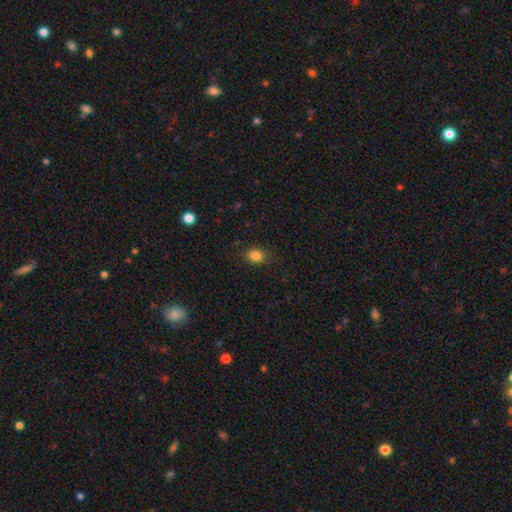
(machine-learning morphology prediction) This appears to be a smooth galaxy with no disk features (85%) that is round (60%). Merging: none (85%).